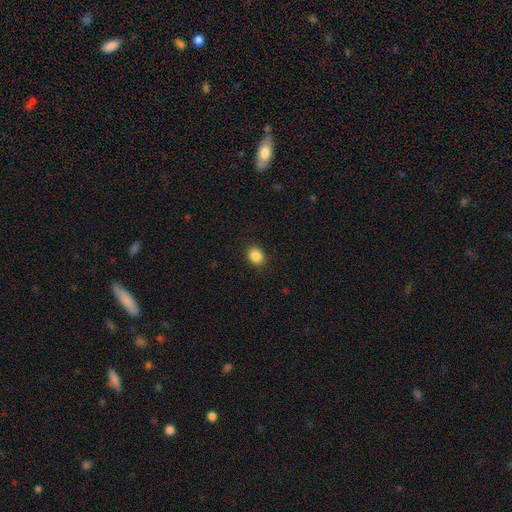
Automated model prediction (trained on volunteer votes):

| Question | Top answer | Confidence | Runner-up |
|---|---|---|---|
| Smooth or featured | smooth | 87% | star or artifact (10%) |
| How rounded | round | 62% | in between (37%) |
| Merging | none | 90% | minor disturbance (7%) |